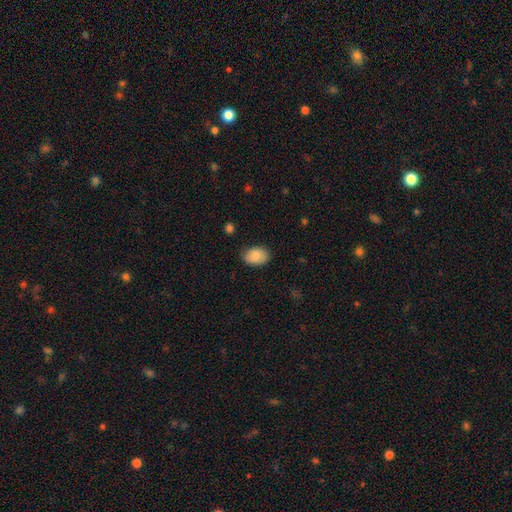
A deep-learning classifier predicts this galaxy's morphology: Q: Smooth or featured?
A: smooth (85%); runner-up: featured or disk (9%)
Q: How rounded?
A: in between (84%); runner-up: round (15%)
Q: Merging?
A: none (80%); runner-up: minor disturbance (16%)